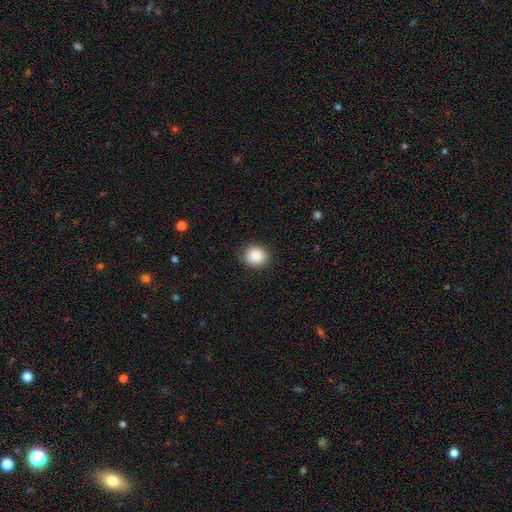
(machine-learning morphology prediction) Smooth or featured?
  - smooth: 87% *
  - star or artifact: 8%
  - featured or disk: 4%
How rounded?
  - round: 77% *
  - in between: 22%
  - cigar-shaped: 1%
Merging?
  - none: 89% *
  - minor disturbance: 8%
  - major disturbance: 2%
  - merger: 1%